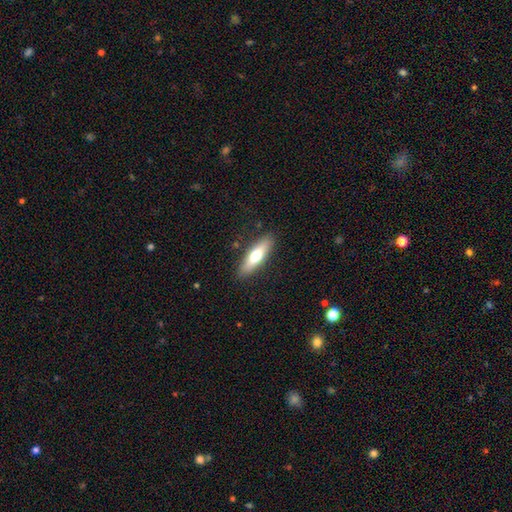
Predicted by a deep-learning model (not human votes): This is likely a smooth galaxy (61%). How rounded: possibly cigar-shaped (60%). Merging: clearly none (88%).